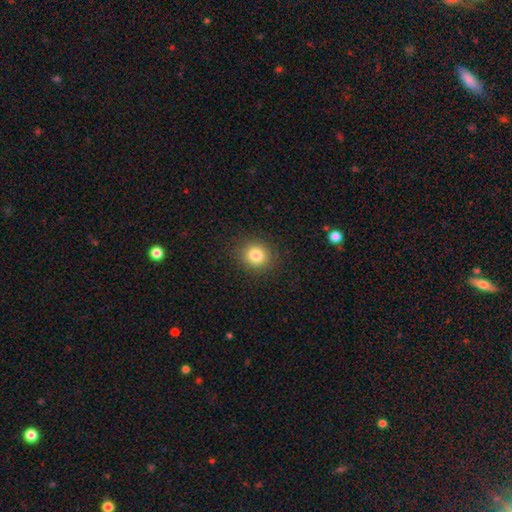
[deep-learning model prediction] A smooth galaxy with no disk features (82%) that is round (85%). Merging: none (89%).